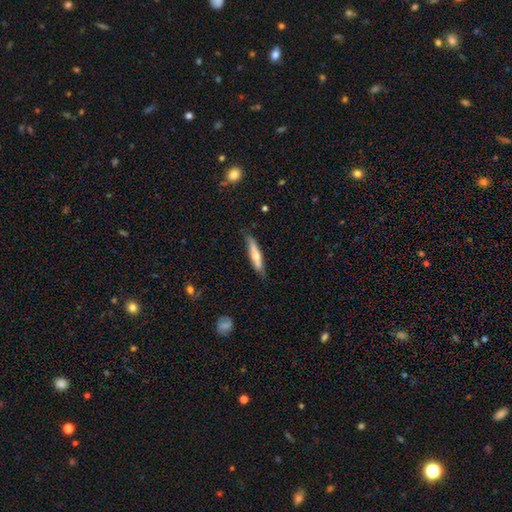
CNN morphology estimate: Smooth or featured? Predicted: smooth (p=0.50). How rounded? Predicted: cigar-shaped (p=0.84). Merging? Predicted: none (p=0.79).